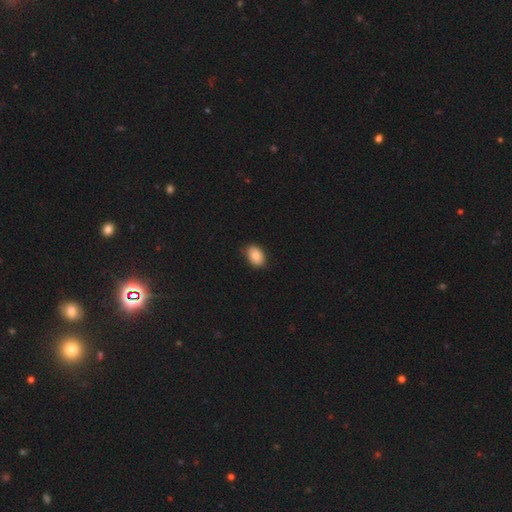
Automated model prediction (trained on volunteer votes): Smooth or featured?
  - smooth: 84% *
  - featured or disk: 8%
  - star or artifact: 8%
How rounded?
  - in between: 82% *
  - round: 17%
  - cigar-shaped: 1%
Merging?
  - none: 84% *
  - minor disturbance: 12%
  - major disturbance: 2%
  - merger: 1%